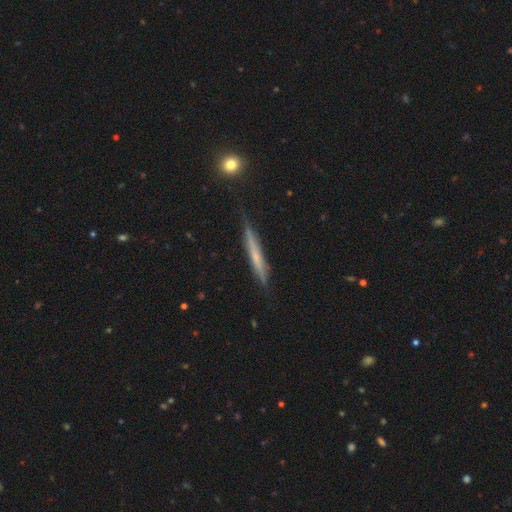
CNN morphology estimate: Smooth or featured: featured or disk — 49% (smooth — 44%)
Merging: none — 82% (minor disturbance — 14%)